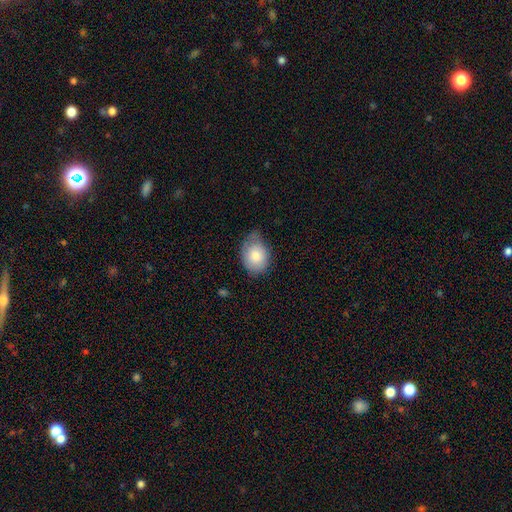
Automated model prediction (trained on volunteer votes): Smooth or featured?
  - smooth: 80% *
  - featured or disk: 13%
  - star or artifact: 7%
How rounded?
  - in between: 64% *
  - round: 35%
  - cigar-shaped: 1%
Merging?
  - none: 49% *
  - minor disturbance: 40%
  - major disturbance: 9%
  - merger: 2%